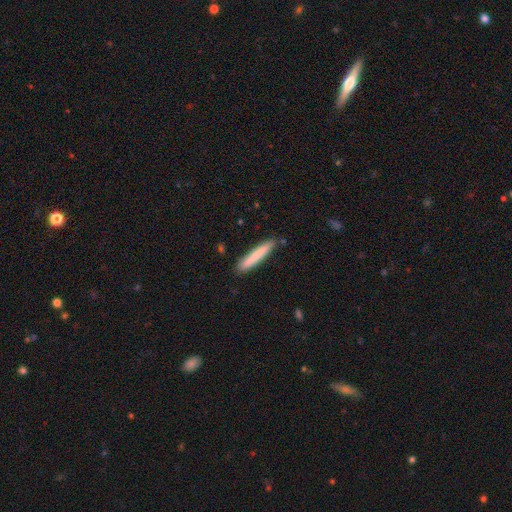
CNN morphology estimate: Smooth or featured?
  - smooth: 81% *
  - featured or disk: 14%
  - star or artifact: 6%
How rounded?
  - cigar-shaped: 93% *
  - in between: 6%
  - round: 1%
Merging?
  - none: 87% *
  - minor disturbance: 9%
  - merger: 2%
  - major disturbance: 2%